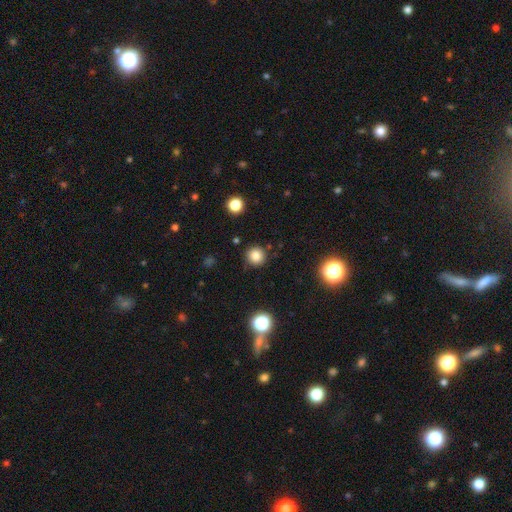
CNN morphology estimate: smooth 82%, star or artifact 13%, featured or disk 5%. Down the decision tree: how rounded — round (94%); merging — none (88%).